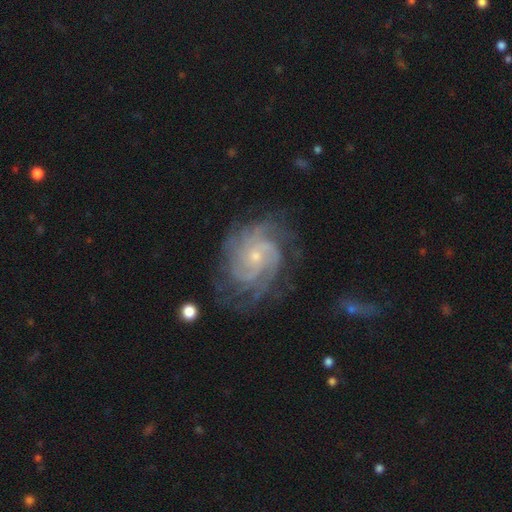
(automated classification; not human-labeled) A featured or disk galaxy (89%) with no bar (72%), can't tell (23%, tied with 4) tight (65%) spiral arms (98%) and a small central bulge (76%).

Vote fractions:
- Smooth or featured? featured or disk: 89% / star or artifact: 5% / smooth: 5%
- Edge-on disk? no: 97% / yes: 3%
- Bar? no: 72% / weak: 23% / strong: 5%
- Spiral arms? yes: 98% / no: 2%
- Spiral winding? tight: 65% / medium: 29% / loose: 5%
- Spiral arm count? can't tell: 23% (tied) / 4: 23% (tied) / 3: 21% / 2: 16% / more than 4: 9% / 1: 7%
- Bulge size? small: 76% / moderate: 20% / none: 2% / large: 1% / dominant: 1%
- Merging? none: 71% / minor disturbance: 18% / major disturbance: 9% / merger: 2%